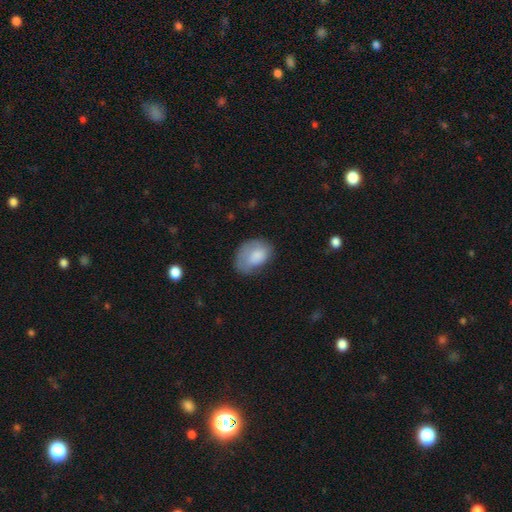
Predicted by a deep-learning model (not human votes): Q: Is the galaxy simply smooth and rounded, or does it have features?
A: smooth — 79%.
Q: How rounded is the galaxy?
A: in between — 80%.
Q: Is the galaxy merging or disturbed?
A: none — 47%.